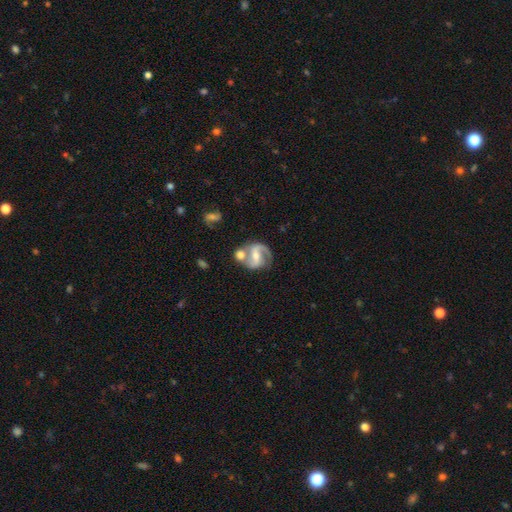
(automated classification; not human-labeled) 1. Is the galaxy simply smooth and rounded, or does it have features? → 84% featured or disk, 10% smooth, 6% star or artifact.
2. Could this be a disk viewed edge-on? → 97% no, 3% yes.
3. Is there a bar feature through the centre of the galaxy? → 44% strong, 37% weak, 19% no.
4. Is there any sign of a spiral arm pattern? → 94% yes, 6% no.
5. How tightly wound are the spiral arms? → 52% medium, 27% loose, 21% tight.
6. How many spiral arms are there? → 86% 2, 6% 1, 4% can't tell, 2% 3, 1% 4, 1% more than 4.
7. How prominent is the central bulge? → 52% moderate, 43% small, 2% large, 2% none, 1% dominant.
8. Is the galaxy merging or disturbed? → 56% none, 22% merger, 15% minor disturbance, 7% major disturbance.